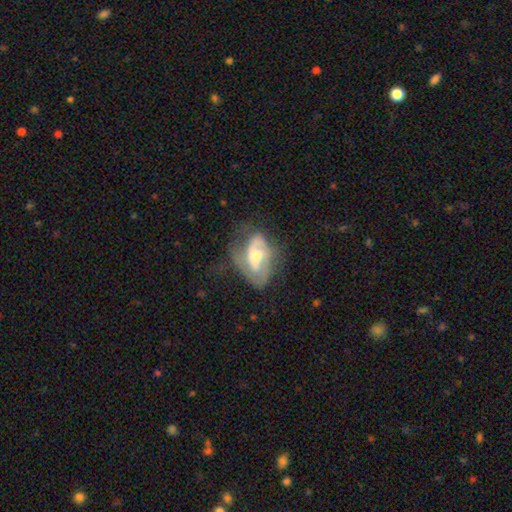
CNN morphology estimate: Smooth or featured?
  - featured or disk: 68% *
  - smooth: 25%
  - star or artifact: 7%
Edge-on disk?
  - no: 95% *
  - yes: 5%
Bar?
  - no: 47% *
  - weak: 39%
  - strong: 14%
Spiral arms?
  - yes: 77% *
  - no: 23%
Bulge size?
  - moderate: 59% *
  - small: 26%
  - large: 10%
  - none: 3%
  - dominant: 1%
Merging?
  - none: 42% *
  - minor disturbance: 28%
  - major disturbance: 27%
  - merger: 3%